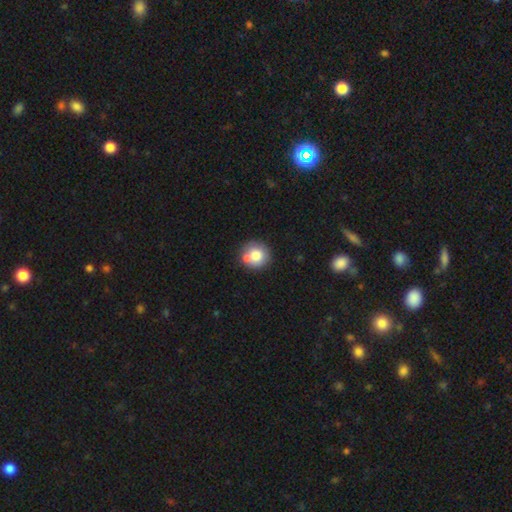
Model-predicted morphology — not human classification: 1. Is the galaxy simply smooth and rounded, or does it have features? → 76% smooth, 15% featured or disk, 9% star or artifact.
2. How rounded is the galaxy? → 90% round, 9% in between, 1% cigar-shaped.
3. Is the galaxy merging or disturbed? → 65% none, 19% merger, 13% minor disturbance, 3% major disturbance.